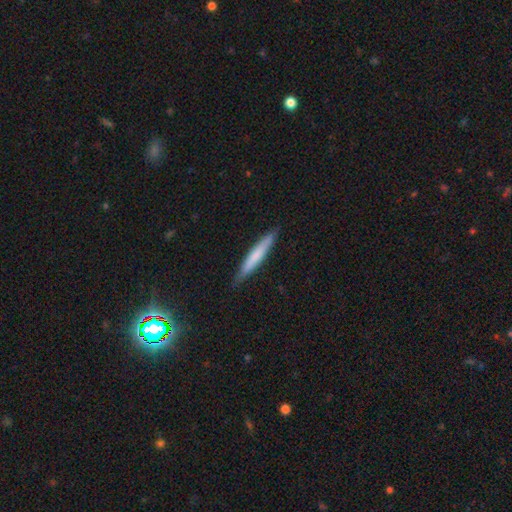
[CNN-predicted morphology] smooth-or-featured: smooth: 65% | featured or disk: 30% | star or artifact: 6%
  how-rounded: cigar-shaped: 95% | in between: 4% | round: 1%
  merging: none: 87% | minor disturbance: 10% | major disturbance: 2% | merger: 1%